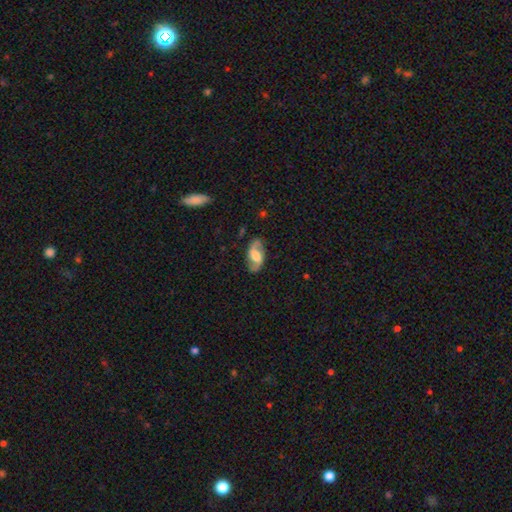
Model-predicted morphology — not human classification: Smooth or featured? Predicted: featured or disk (p=0.70). Edge-on disk? Predicted: no (p=0.94). Bar? Predicted: weak (p=0.46). Spiral arms? Predicted: yes (p=0.89). Spiral winding? Predicted: loose (p=0.48). Spiral arm count? Predicted: 2 (p=0.90). Bulge size? Predicted: moderate (p=0.41). Merging? Predicted: none (p=0.80).